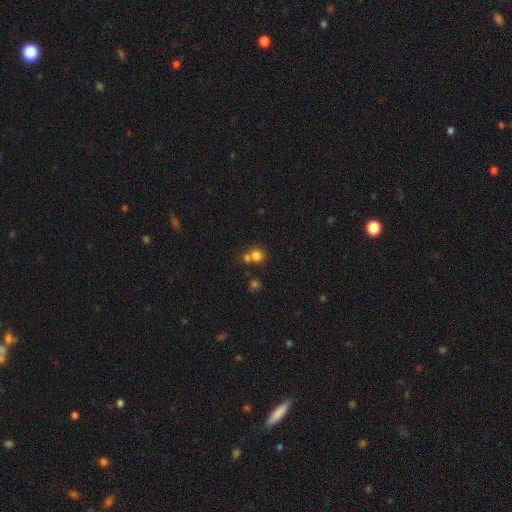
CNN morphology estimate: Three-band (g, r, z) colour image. It shows a smooth galaxy with no disk features (77%) that is round (85%). Merging: none (51%).